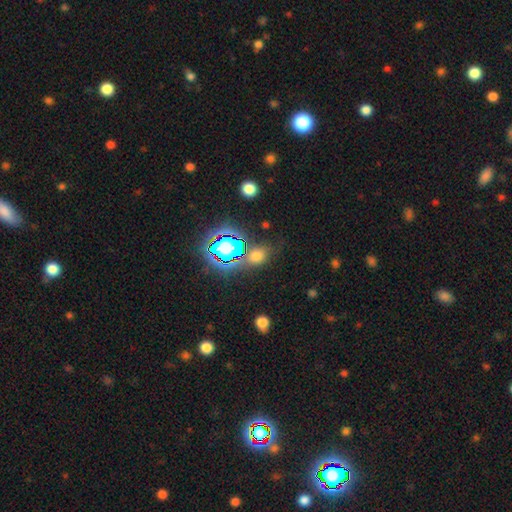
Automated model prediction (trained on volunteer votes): This is possibly a smooth galaxy (54%). How rounded: possibly in between (49%). Merging: likely none (73%).